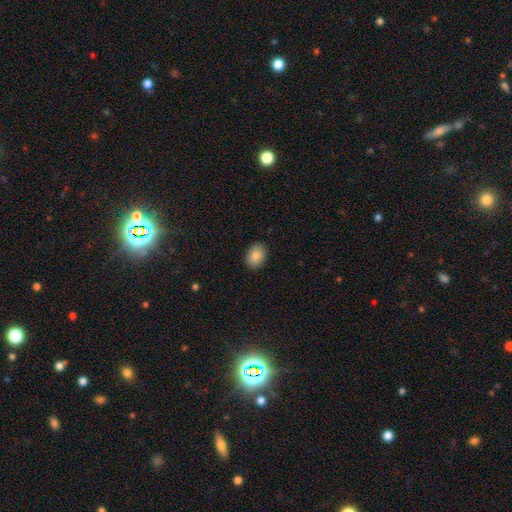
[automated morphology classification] This appears to be a smooth galaxy with no disk features (84%) that is in between round and cigar-shaped (70%). Merging: none (90%).